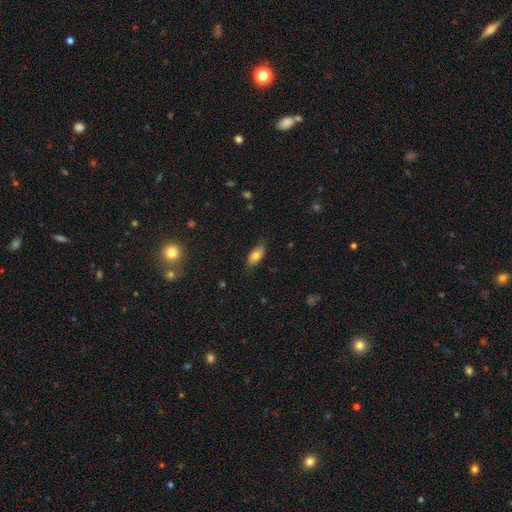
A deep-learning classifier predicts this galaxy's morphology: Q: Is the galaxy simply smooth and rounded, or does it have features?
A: smooth — 78%.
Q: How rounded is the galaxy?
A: in between — 88%.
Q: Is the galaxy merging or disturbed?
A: none — 79%.